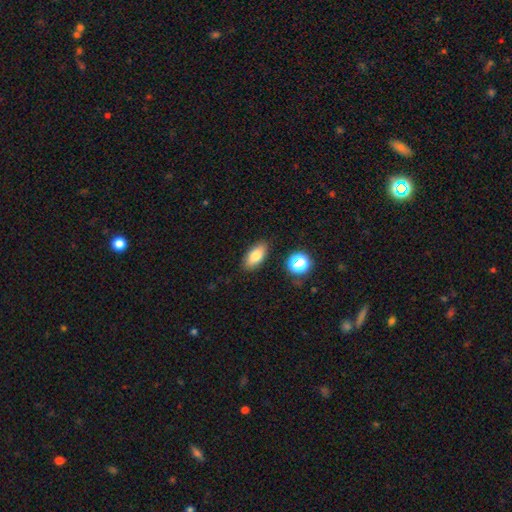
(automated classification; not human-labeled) Smooth or featured? Predicted: smooth (p=0.80). How rounded? Predicted: in between (p=0.87). Merging? Predicted: none (p=0.86).